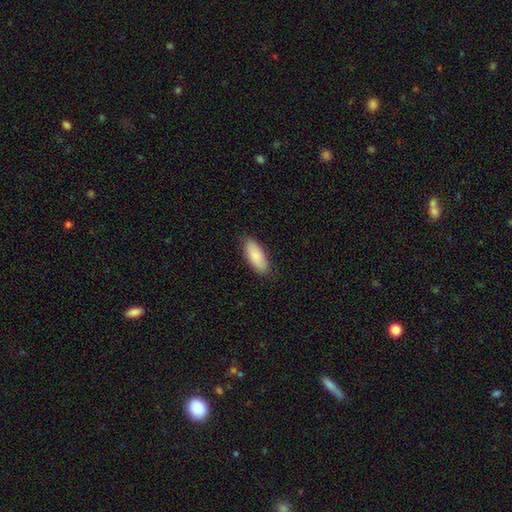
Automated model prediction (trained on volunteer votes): Q: Smooth or featured?
A: smooth (87%); runner-up: featured or disk (7%)
Q: How rounded?
A: in between (80%); runner-up: cigar-shaped (18%)
Q: Merging?
A: none (86%); runner-up: minor disturbance (11%)